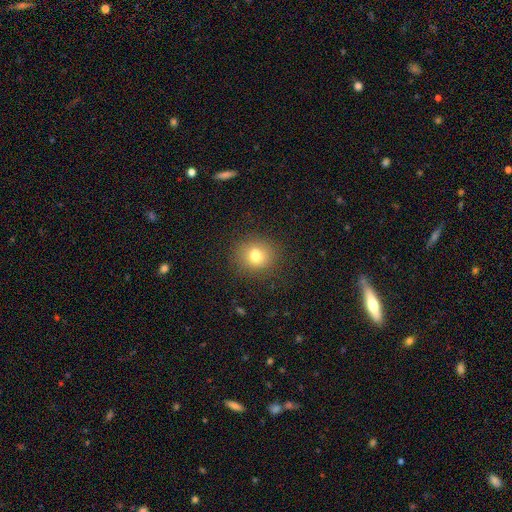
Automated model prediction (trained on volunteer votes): Smooth or featured?
  - smooth: 76% *
  - star or artifact: 13%
  - featured or disk: 11%
How rounded?
  - round: 77% *
  - in between: 22%
  - cigar-shaped: 1%
Merging?
  - none: 79% *
  - minor disturbance: 12%
  - merger: 5%
  - major disturbance: 4%